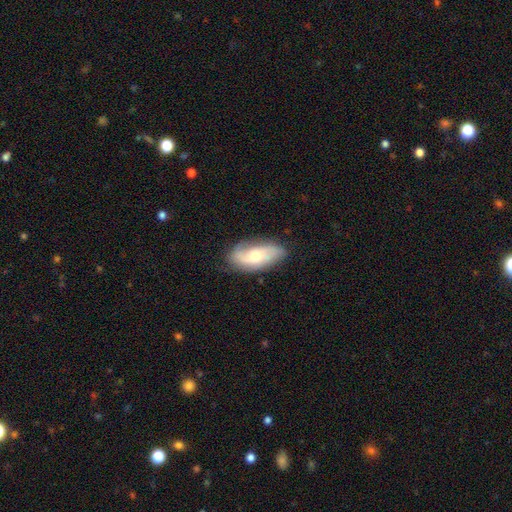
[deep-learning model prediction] featured or disk 60%, smooth 34%, star or artifact 7%. Down the decision tree: edge-on disk — no (90%); bar — no (66%); spiral arms — yes (83%); bulge size — moderate (67%); merging — none (73%).